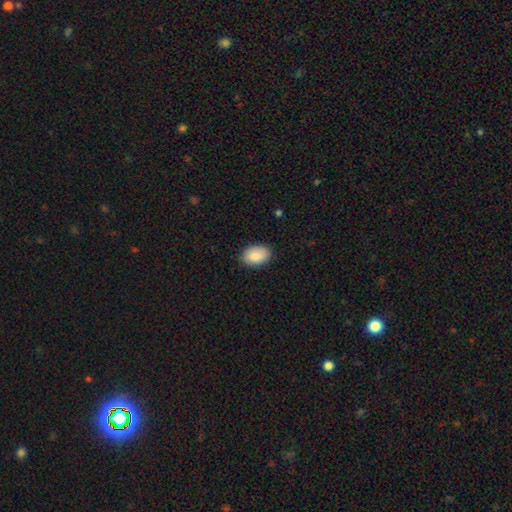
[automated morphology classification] smooth_or_featured: smooth (p=0.88) [alt: star or artifact p=0.06]
how_rounded: in between (p=0.86) [alt: round p=0.13]
merging: none (p=0.87) [alt: minor disturbance p=0.10]